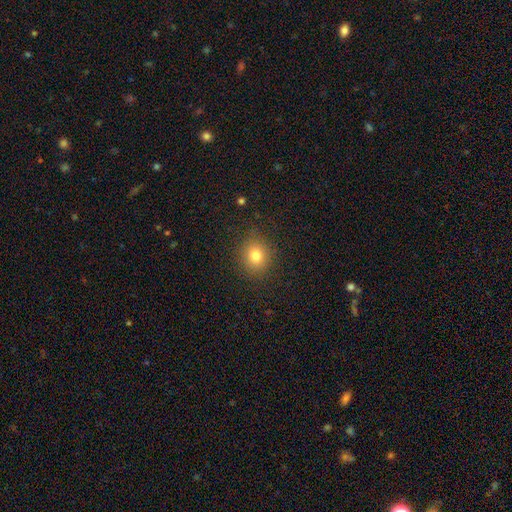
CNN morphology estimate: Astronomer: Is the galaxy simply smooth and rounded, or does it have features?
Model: smooth — 79%.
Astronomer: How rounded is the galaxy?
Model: round — 77%.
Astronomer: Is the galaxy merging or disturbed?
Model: none — 87%.